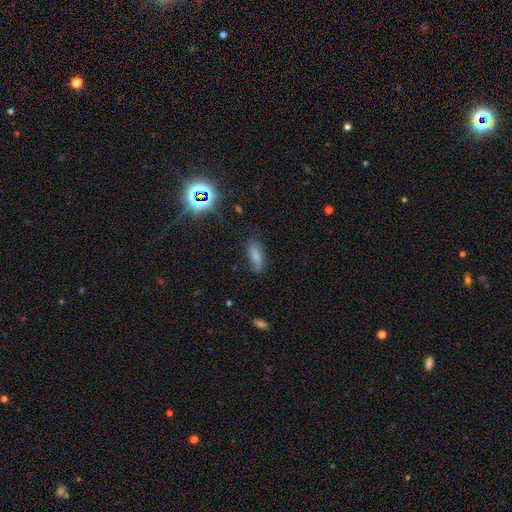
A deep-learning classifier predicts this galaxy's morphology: A smooth galaxy with no disk features (67%) that is in between round and cigar-shaped (74%).

Vote fractions:
- Smooth or featured? smooth: 67% / featured or disk: 19% / star or artifact: 13%
- How rounded? in between: 74% / cigar-shaped: 23% / round: 3%
- Merging? none: 56% / minor disturbance: 29% / major disturbance: 12% / merger: 3%